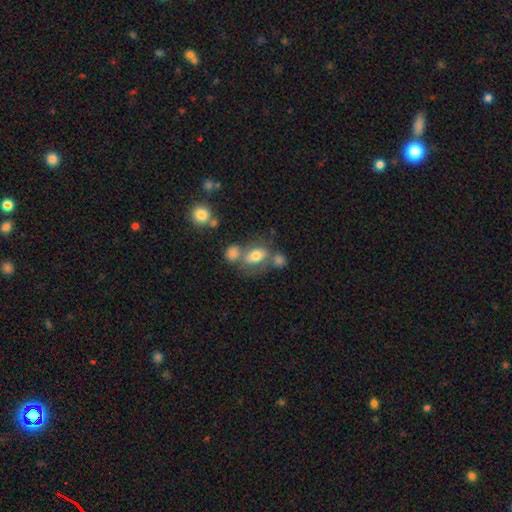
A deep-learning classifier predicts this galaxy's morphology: This appears to be a smooth galaxy with no disk features (70%) that is in between round and cigar-shaped (75%). Merging: none (45%).